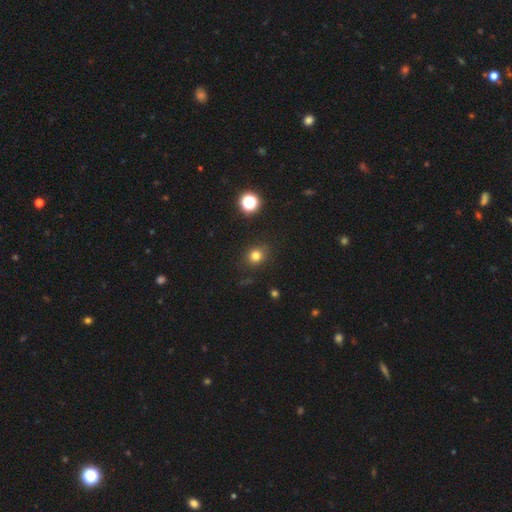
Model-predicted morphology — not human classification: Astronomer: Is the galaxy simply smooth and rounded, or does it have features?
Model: smooth — 79%.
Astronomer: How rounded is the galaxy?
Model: round — 79%.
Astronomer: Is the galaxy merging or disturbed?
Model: none — 86%.